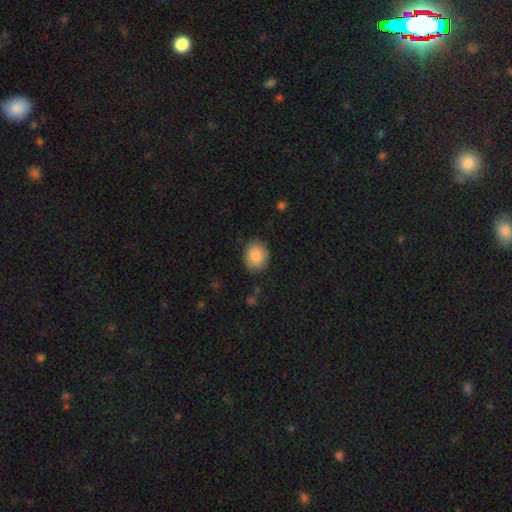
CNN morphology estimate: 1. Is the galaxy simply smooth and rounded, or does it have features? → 87% smooth, 7% star or artifact, 6% featured or disk.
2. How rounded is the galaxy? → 56% round, 43% in between, 1% cigar-shaped.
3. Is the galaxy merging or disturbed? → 83% none, 13% minor disturbance, 3% major disturbance, 1% merger.